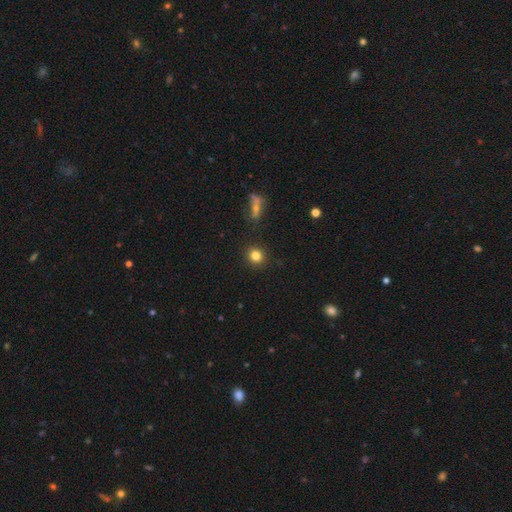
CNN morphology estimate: This appears to be a smooth galaxy with no disk features (82%) that is round (88%). Merging: none (90%).